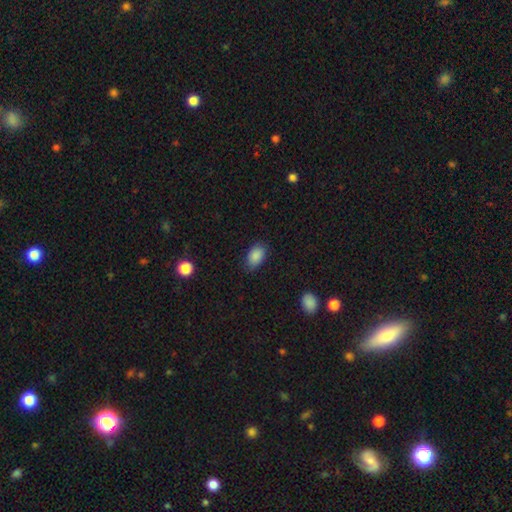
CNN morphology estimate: Smooth or featured: smooth — 88% (star or artifact — 7%)
How rounded: in between — 89% (round — 10%)
Merging: none — 78% (minor disturbance — 17%)